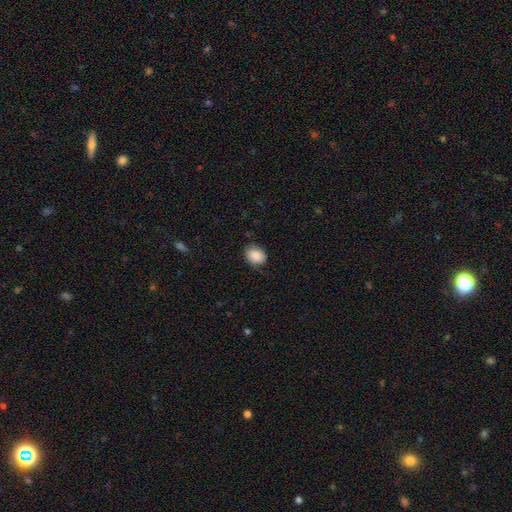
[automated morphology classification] type=smooth (88%); roundness=in between (57%); merging=none (79%).